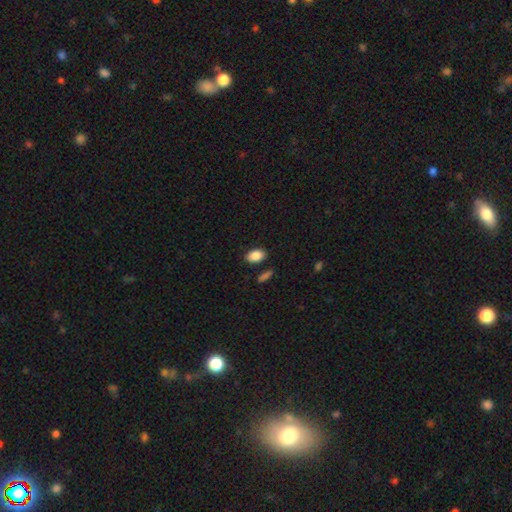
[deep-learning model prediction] The model was most divided on "merging": none: 84%, minor disturbance: 10%, merger: 3%, major disturbance: 2%. More confident: how rounded — in between (90%); smooth or featured — smooth (88%).